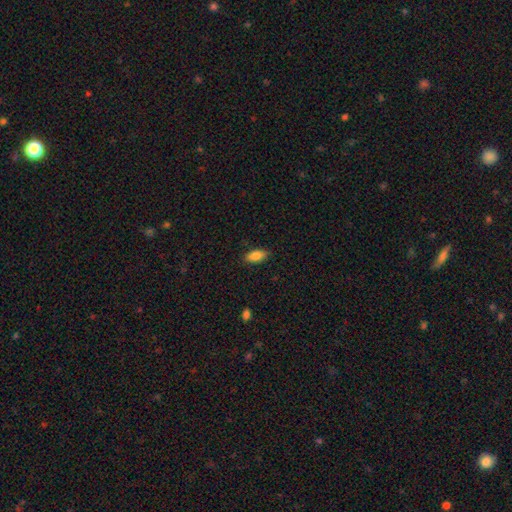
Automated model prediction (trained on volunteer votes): Smooth or featured?
  - smooth: 87% *
  - star or artifact: 7%
  - featured or disk: 6%
How rounded?
  - in between: 88% *
  - cigar-shaped: 10%
  - round: 3%
Merging?
  - none: 87% *
  - minor disturbance: 10%
  - major disturbance: 2%
  - merger: 1%